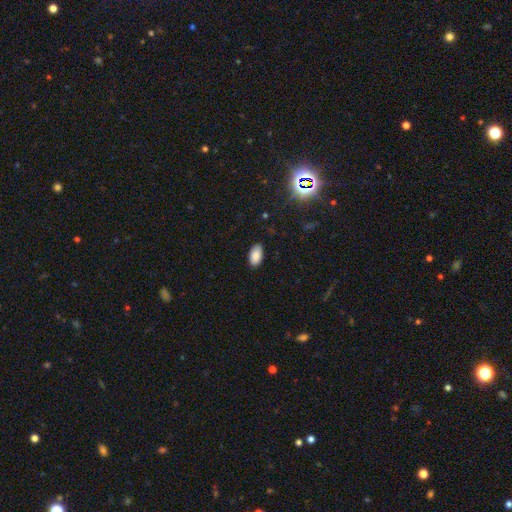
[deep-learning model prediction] smooth_or_featured: smooth (p=0.87) [alt: star or artifact p=0.09]
how_rounded: in between (p=0.95) [alt: round p=0.03]
merging: none (p=0.86) [alt: minor disturbance p=0.10]